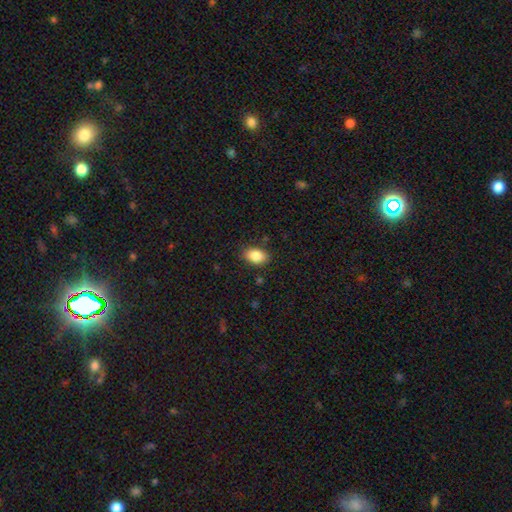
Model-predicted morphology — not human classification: smooth-or-featured: smooth: 87% | star or artifact: 8% | featured or disk: 5%
  how-rounded: in between: 88% | round: 10% | cigar-shaped: 2%
  merging: none: 85% | minor disturbance: 11% | major disturbance: 3% | merger: 1%